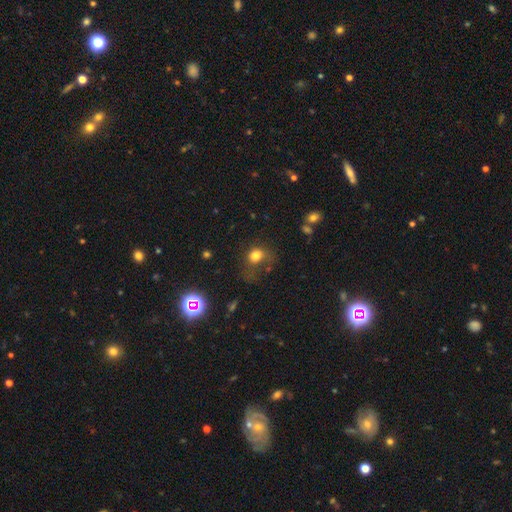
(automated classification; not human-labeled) Smooth or featured? smooth (77%)
How rounded? round (67%)
Merging? none (45%)